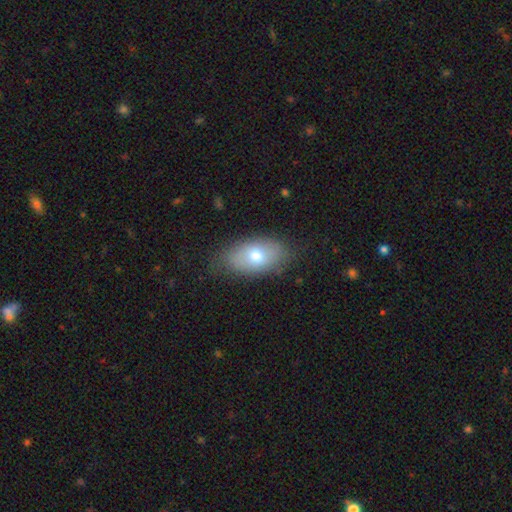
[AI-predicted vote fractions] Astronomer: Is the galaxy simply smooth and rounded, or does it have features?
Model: smooth — 72%.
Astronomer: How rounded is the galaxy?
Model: in between — 91%.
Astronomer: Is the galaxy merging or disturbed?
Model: none — 79%.